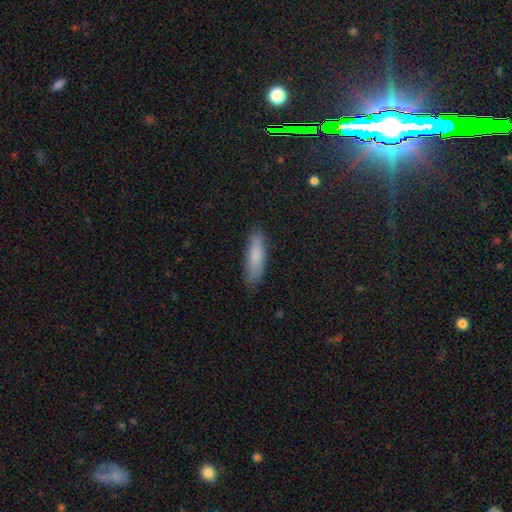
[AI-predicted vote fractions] Morphology: type=smooth (83%); roundness=cigar-shaped (61%); merging=none (82%).